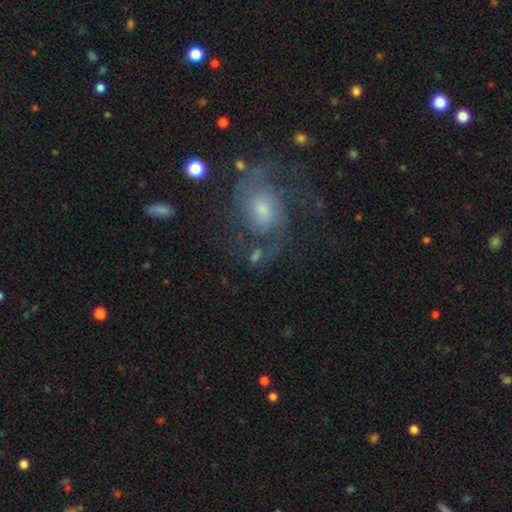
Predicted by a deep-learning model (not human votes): A featured or disk galaxy (79%) with no bar (56%), 2 (71%) medium (52%) spiral arms (94%) and a small central bulge (47%). Merging: none (65%).